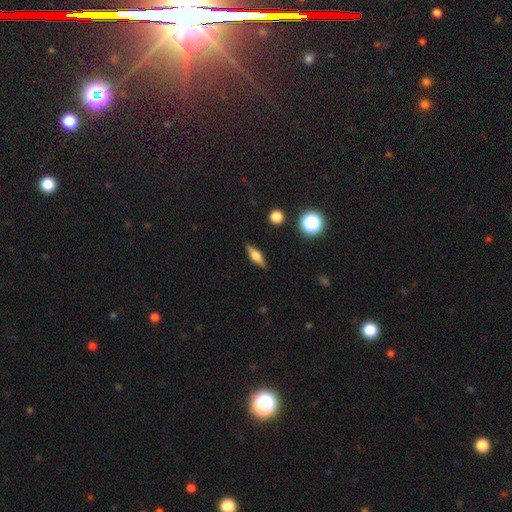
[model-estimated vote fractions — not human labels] smooth-or-featured: featured or disk: 49% | smooth: 42% | star or artifact: 9%
  merging: none: 87% | minor disturbance: 9% | major disturbance: 2% | merger: 1%